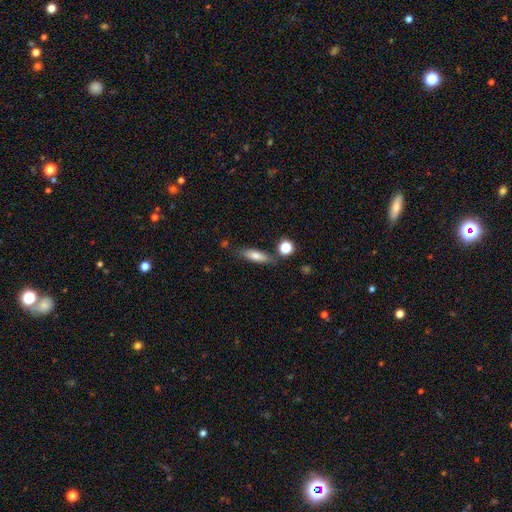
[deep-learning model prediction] A smooth galaxy with no disk features (72%) that is cigar-shaped (50%).

Vote fractions:
- Smooth or featured? smooth: 72% / featured or disk: 20% / star or artifact: 8%
- How rounded? cigar-shaped: 50% / in between: 47% / round: 3%
- Merging? none: 73% / minor disturbance: 15% / merger: 8% / major disturbance: 4%